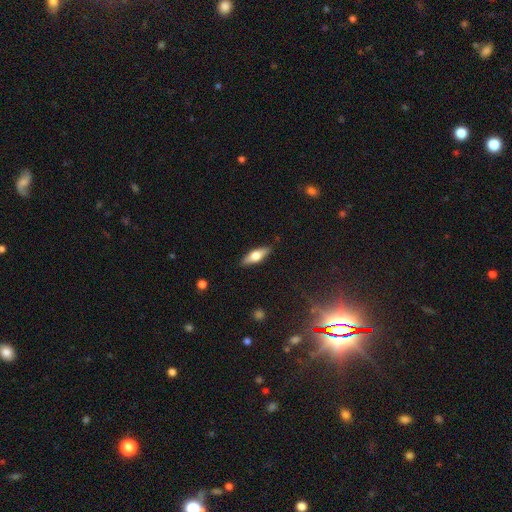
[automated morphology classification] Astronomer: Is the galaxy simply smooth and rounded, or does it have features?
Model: featured or disk — 47%, tied with smooth at 47%.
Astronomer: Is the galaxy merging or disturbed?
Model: none — 88%.